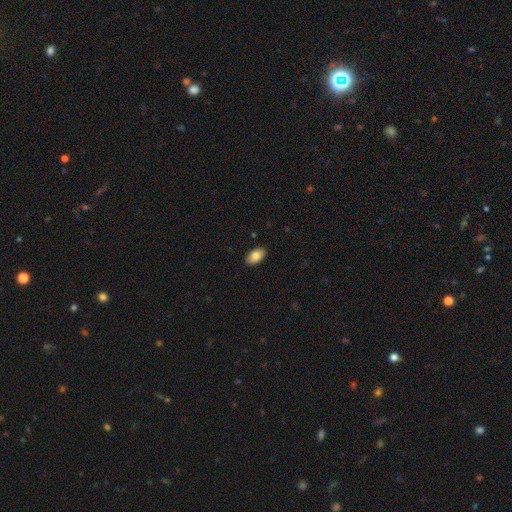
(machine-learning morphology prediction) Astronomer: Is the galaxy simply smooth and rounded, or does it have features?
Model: smooth — 84%.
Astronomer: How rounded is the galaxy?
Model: in between — 94%.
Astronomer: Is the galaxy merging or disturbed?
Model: none — 89%.